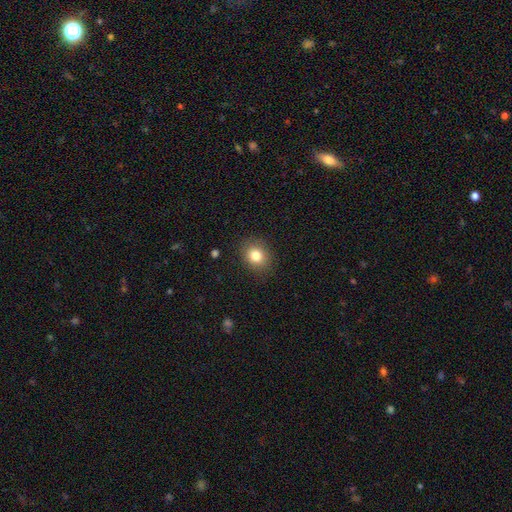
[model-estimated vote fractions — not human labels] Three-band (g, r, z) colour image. It shows a smooth galaxy with no disk features (82%) that is round (62%). Merging: none (86%).